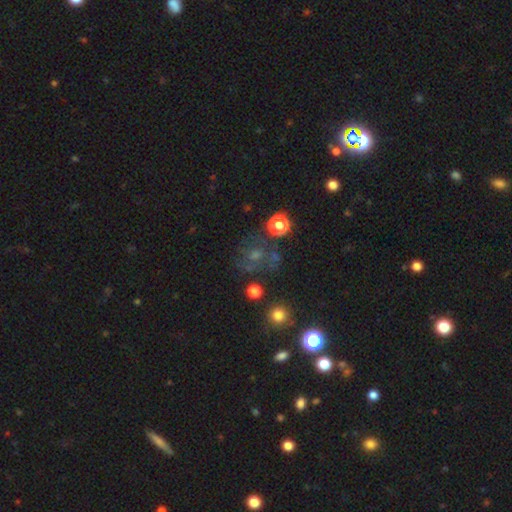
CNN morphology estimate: Overall: smooth (41%; star or artifact 32%). Merging: none (61%).